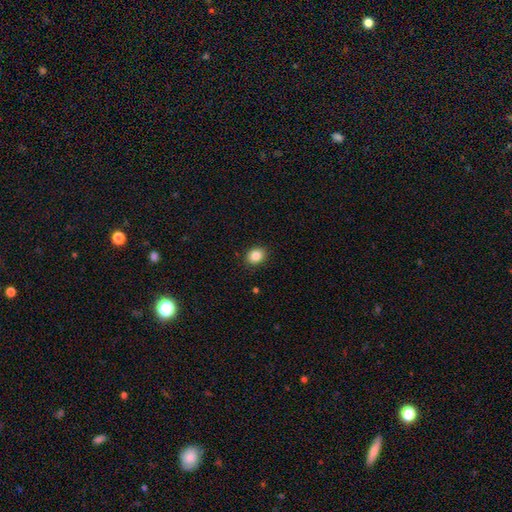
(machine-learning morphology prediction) smooth_or_featured: smooth (p=0.85) [alt: star or artifact p=0.10]
how_rounded: round (p=0.58) [alt: in between p=0.41]
merging: none (p=0.90) [alt: minor disturbance p=0.07]